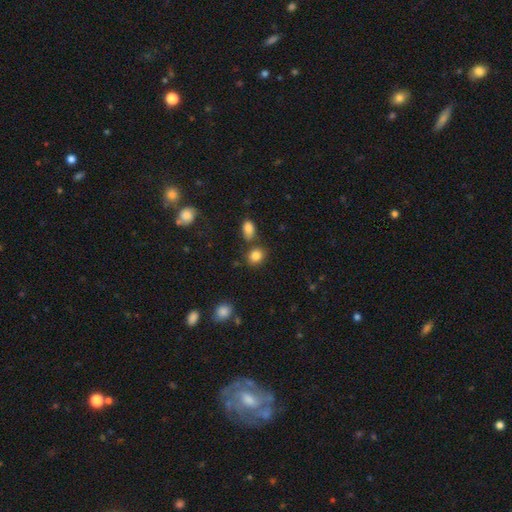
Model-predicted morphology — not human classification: A smooth galaxy with no disk features (84%) that is round (57%).

Vote fractions:
- Smooth or featured? smooth: 84% / star or artifact: 10% / featured or disk: 6%
- How rounded? round: 57% / in between: 42% / cigar-shaped: 1%
- Merging? none: 71% / merger: 13% / minor disturbance: 12% / major disturbance: 4%